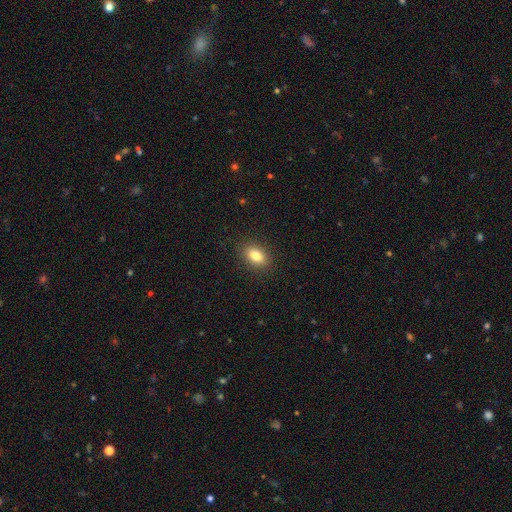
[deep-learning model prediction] Smooth or featured?
  - smooth: 83% *
  - star or artifact: 9%
  - featured or disk: 8%
How rounded?
  - in between: 85% *
  - round: 12%
  - cigar-shaped: 3%
Merging?
  - none: 88% *
  - minor disturbance: 8%
  - major disturbance: 2%
  - merger: 1%